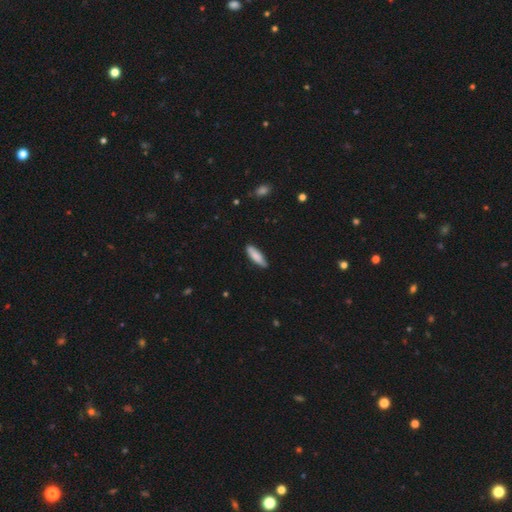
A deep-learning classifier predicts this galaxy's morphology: A smooth galaxy with no disk features (83%) that is cigar-shaped (56%).

Vote fractions:
- Smooth or featured? smooth: 83% / featured or disk: 11% / star or artifact: 6%
- How rounded? cigar-shaped: 56% / in between: 42% / round: 2%
- Merging? none: 84% / minor disturbance: 13% / major disturbance: 2% / merger: 1%